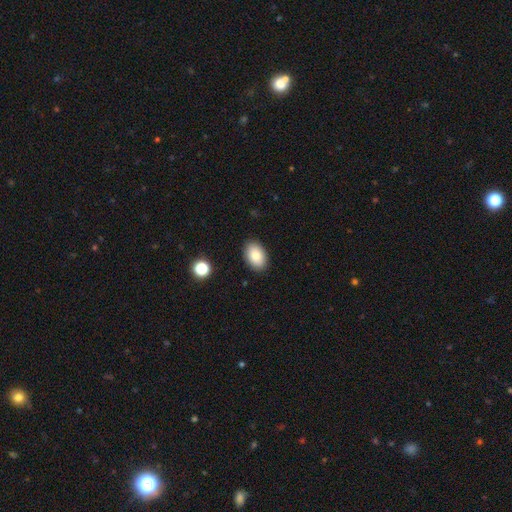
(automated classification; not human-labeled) A smooth galaxy with no disk features (84%) that is in between round and cigar-shaped (89%). Merging: none (88%).